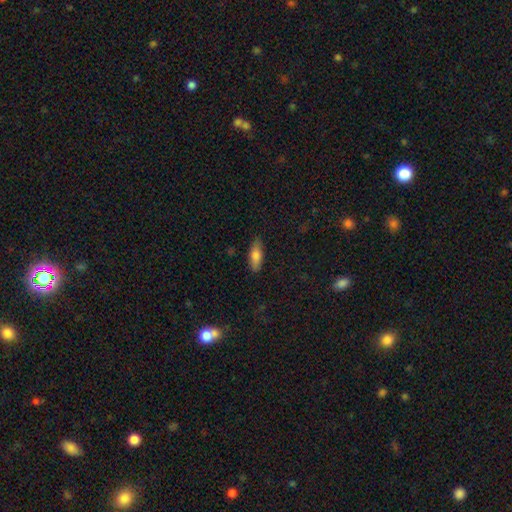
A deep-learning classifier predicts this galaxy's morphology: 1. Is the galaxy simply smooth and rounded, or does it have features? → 77% smooth, 16% featured or disk, 7% star or artifact.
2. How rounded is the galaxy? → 71% in between, 27% cigar-shaped, 2% round.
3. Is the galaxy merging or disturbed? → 84% none, 12% minor disturbance, 2% major disturbance, 1% merger.